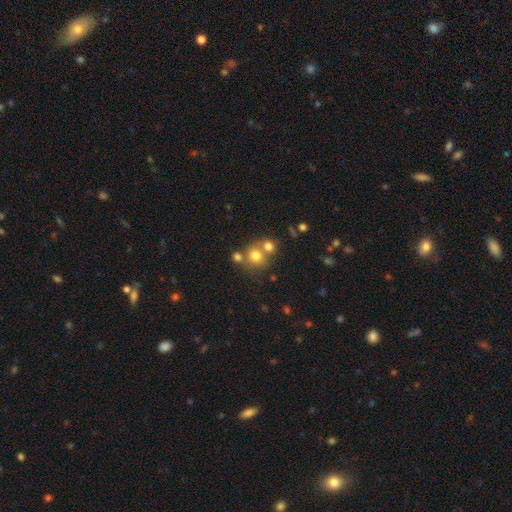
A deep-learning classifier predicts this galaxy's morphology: The model was most divided on "merging": none: 47%, merger: 41%, minor disturbance: 8%, major disturbance: 4%. More confident: how rounded — round (80%); smooth or featured — smooth (73%).